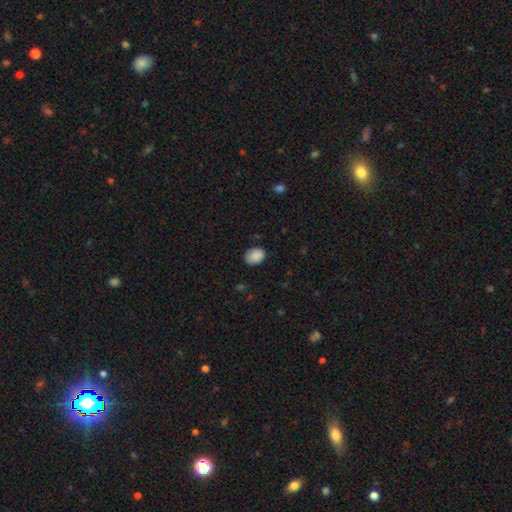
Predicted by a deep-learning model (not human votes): Smooth or featured: smooth — 89% (star or artifact — 7%)
How rounded: in between — 63% (round — 36%)
Merging: none — 79% (minor disturbance — 17%)